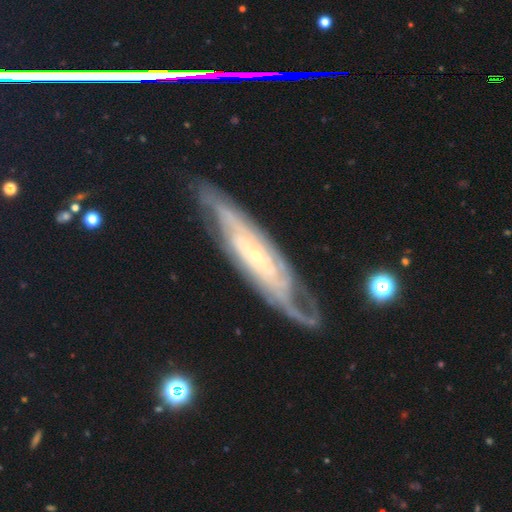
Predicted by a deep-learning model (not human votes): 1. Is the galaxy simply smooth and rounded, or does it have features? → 84% featured or disk, 10% smooth, 6% star or artifact.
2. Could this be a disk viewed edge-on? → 77% no, 23% yes.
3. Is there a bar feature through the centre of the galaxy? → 63% no, 25% weak, 12% strong.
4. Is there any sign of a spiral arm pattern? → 93% yes, 7% no.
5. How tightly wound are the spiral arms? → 61% tight, 30% medium, 9% loose.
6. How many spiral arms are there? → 42% can't tell, 32% 2, 10% 3, 6% 4, 5% more than 4, 4% 1.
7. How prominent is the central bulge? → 83% small, 12% moderate, 3% none, 2% large, 1% dominant.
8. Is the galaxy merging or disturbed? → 74% none, 17% minor disturbance, 7% major disturbance, 2% merger.